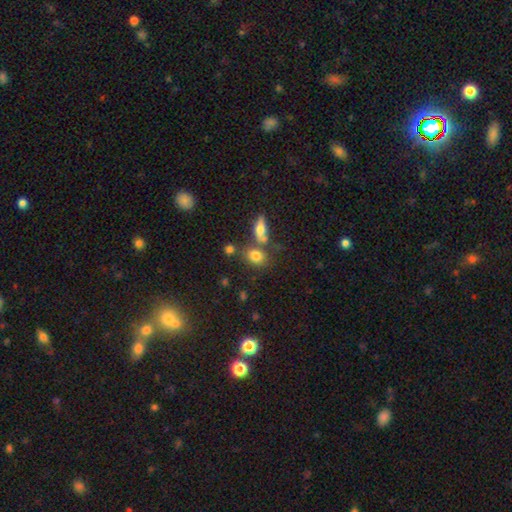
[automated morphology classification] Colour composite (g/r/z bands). It shows a smooth galaxy with no disk features (79%) that is in between round and cigar-shaped (55%). Merging: none (56%).